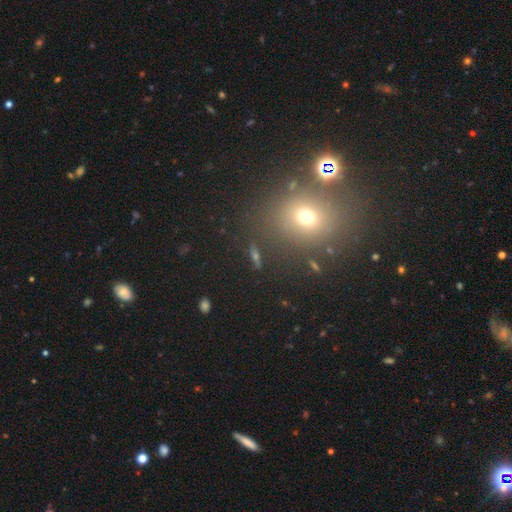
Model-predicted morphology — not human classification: smooth 47%, star or artifact 37%, featured or disk 16%. Down the decision tree: merging — none (80%).